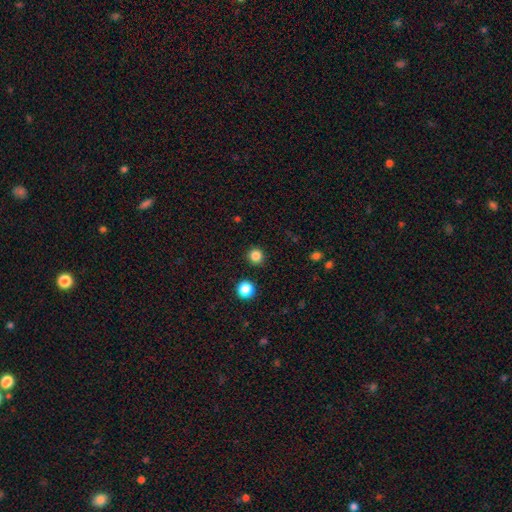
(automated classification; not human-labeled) A smooth galaxy with no disk features (83%) that is round (94%).

Vote fractions:
- Smooth or featured? smooth: 83% / star or artifact: 14% / featured or disk: 3%
- How rounded? round: 94% / in between: 5% / cigar-shaped: 1%
- Merging? none: 92% / minor disturbance: 5% / major disturbance: 2% / merger: 2%